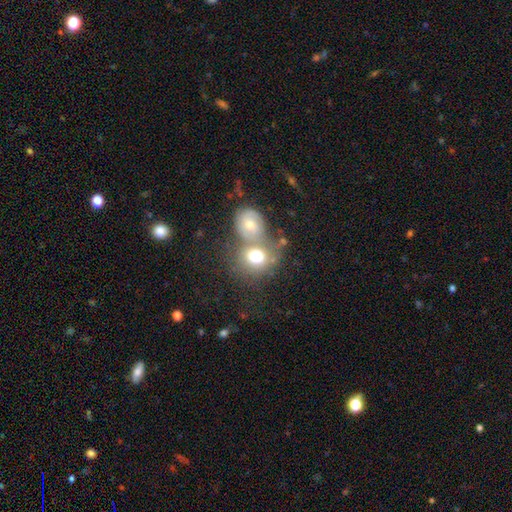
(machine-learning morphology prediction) This appears to be a smooth galaxy with no disk features (69%) that is round (65%). Merging: merger (54%).